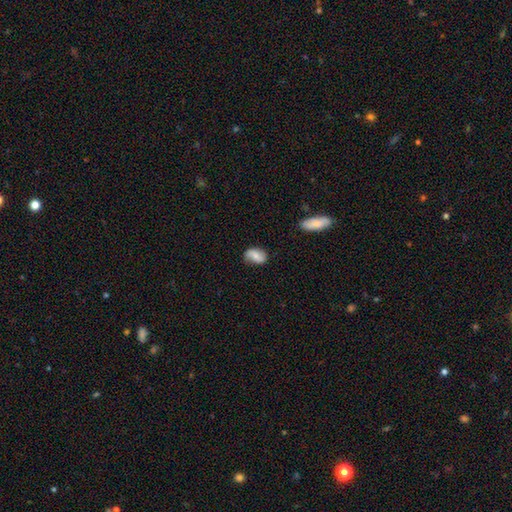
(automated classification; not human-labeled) smooth-or-featured: smooth: 55% | featured or disk: 37% | star or artifact: 8%
  how-rounded: in between: 84% | round: 13% | cigar-shaped: 2%
  merging: none: 64% | minor disturbance: 26% | major disturbance: 7% | merger: 2%